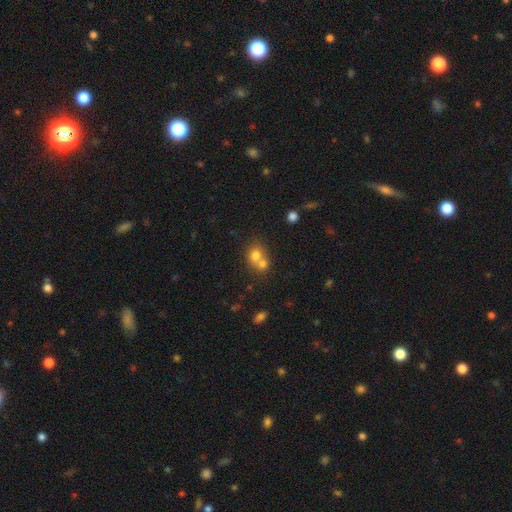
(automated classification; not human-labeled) Q: Smooth or featured?
A: smooth (73%); runner-up: featured or disk (15%)
Q: How rounded?
A: round (71%); runner-up: in between (28%)
Q: Merging?
A: merger (60%); runner-up: none (31%)